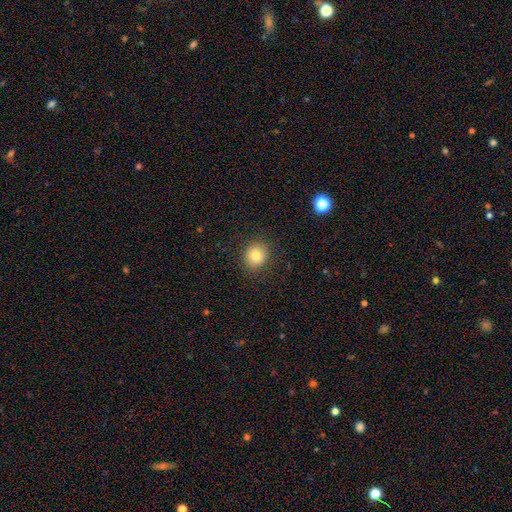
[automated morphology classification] A smooth galaxy with no disk features (81%) that is round (86%).

Vote fractions:
- Smooth or featured? smooth: 81% / star or artifact: 11% / featured or disk: 8%
- How rounded? round: 86% / in between: 13% / cigar-shaped: 1%
- Merging? none: 88% / minor disturbance: 8% / major disturbance: 3% / merger: 1%